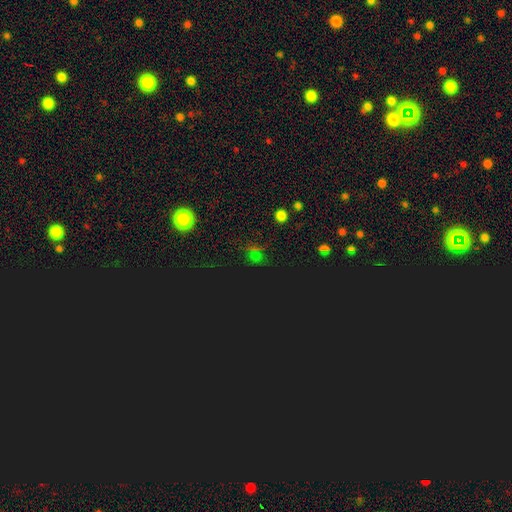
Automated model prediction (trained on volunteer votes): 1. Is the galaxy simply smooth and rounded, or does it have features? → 70% star or artifact, 23% smooth, 7% featured or disk.